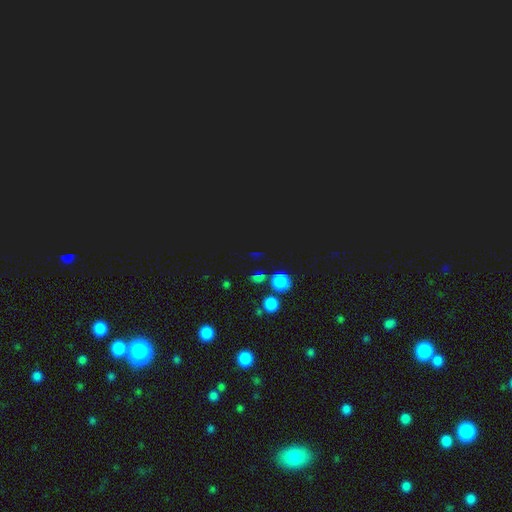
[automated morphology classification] smooth_or_featured: star or artifact (p=0.58) [alt: smooth p=0.31]